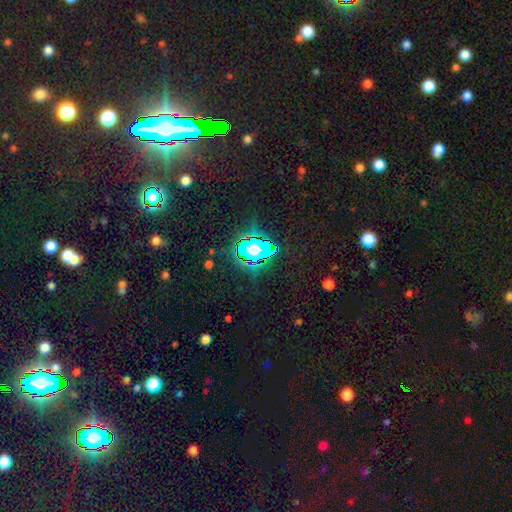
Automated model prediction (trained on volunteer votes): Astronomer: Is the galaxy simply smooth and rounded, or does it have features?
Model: star or artifact — 69%.